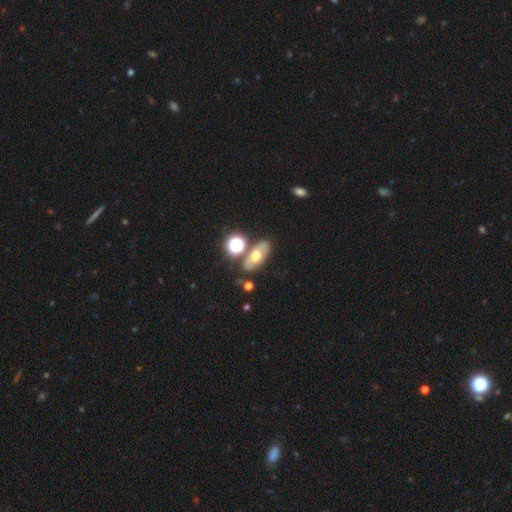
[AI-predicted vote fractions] Q: Smooth or featured?
A: smooth (47%); runner-up: featured or disk (39%)
Q: Merging?
A: none (70%); runner-up: minor disturbance (13%)